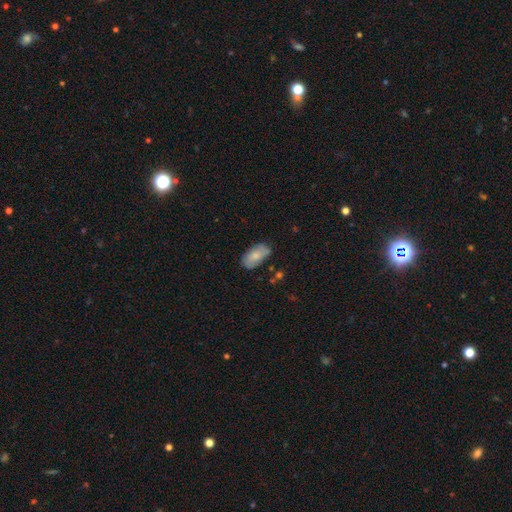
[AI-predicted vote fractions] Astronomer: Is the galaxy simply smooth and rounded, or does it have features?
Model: smooth — 70%.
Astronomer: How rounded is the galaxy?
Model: in between — 93%.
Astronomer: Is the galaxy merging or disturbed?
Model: none — 72%.